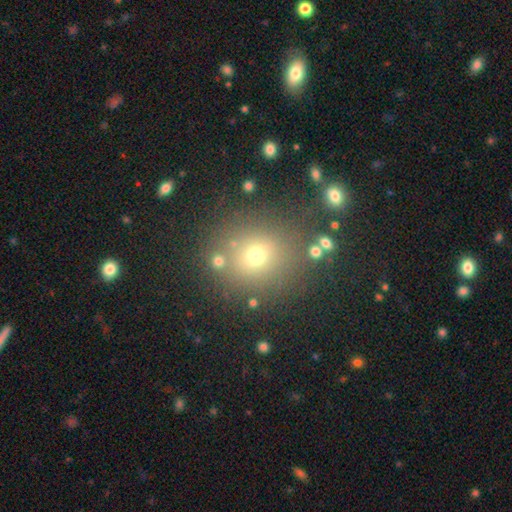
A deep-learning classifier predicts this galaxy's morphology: Smooth or featured? smooth (62%)
How rounded? round (84%)
Merging? none (80%)